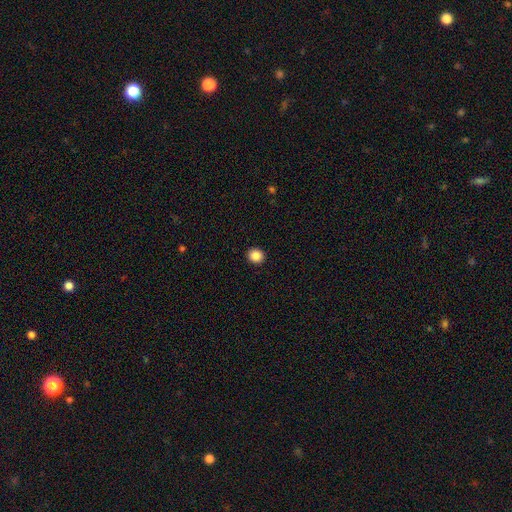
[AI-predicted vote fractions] Smooth or featured? Predicted: smooth (p=0.87). How rounded? Predicted: round (p=0.85). Merging? Predicted: none (p=0.93).